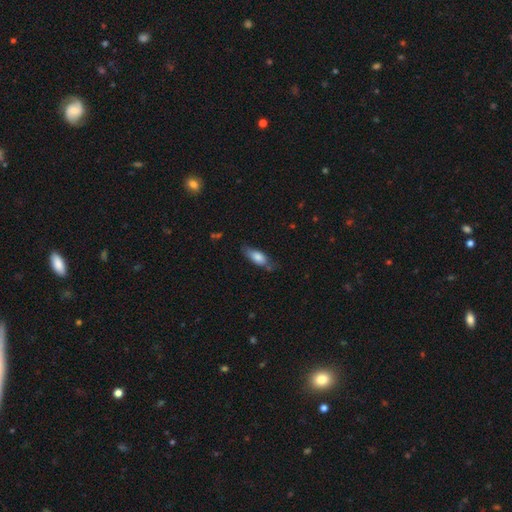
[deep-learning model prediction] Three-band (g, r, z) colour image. It shows a smooth galaxy with no disk features (78%) that is in between round and cigar-shaped (76%). Merging: none (60%).